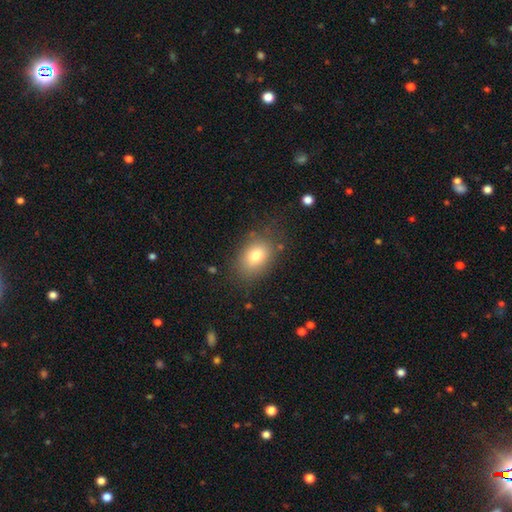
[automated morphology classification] smooth 77%, featured or disk 12%, star or artifact 11%. Down the decision tree: how rounded — in between (73%); merging — none (75%).